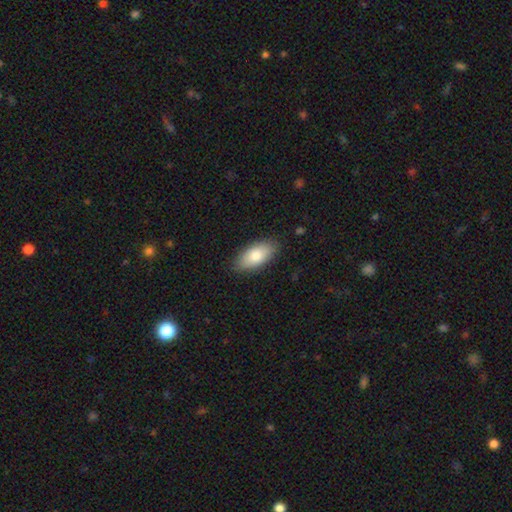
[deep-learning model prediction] This is likely a smooth galaxy (79%). How rounded: clearly in between (91%). Merging: clearly none (86%).